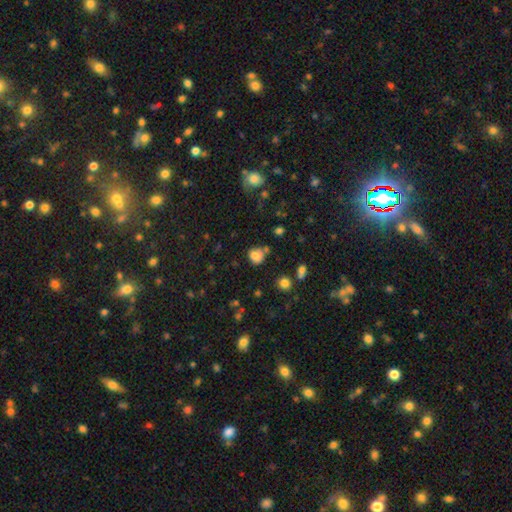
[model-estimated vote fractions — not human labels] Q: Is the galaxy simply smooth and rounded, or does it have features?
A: smooth — 73%.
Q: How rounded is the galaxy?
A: round — 67%.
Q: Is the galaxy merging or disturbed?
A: none — 53%.